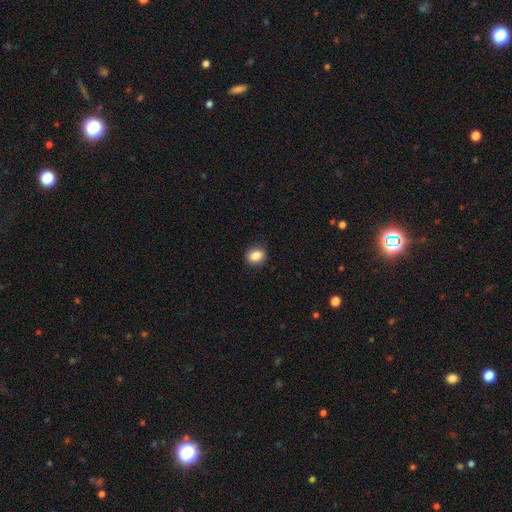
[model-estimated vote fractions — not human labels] Smooth or featured? smooth (86%)
How rounded? round (60%)
Merging? none (88%)